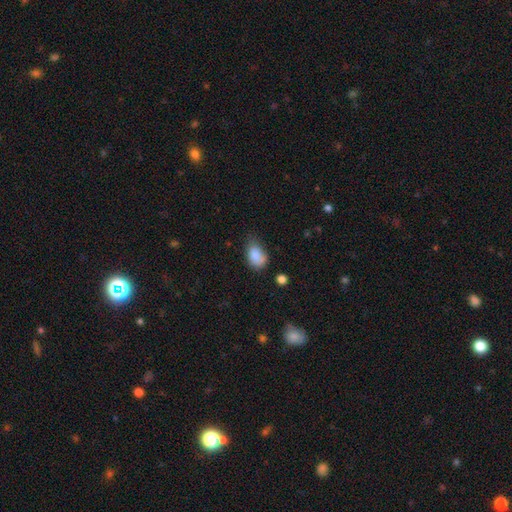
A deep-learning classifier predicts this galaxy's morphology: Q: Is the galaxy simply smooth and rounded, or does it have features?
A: smooth — 84%.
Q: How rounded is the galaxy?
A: in between — 84%.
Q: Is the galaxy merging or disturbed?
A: none — 44%.